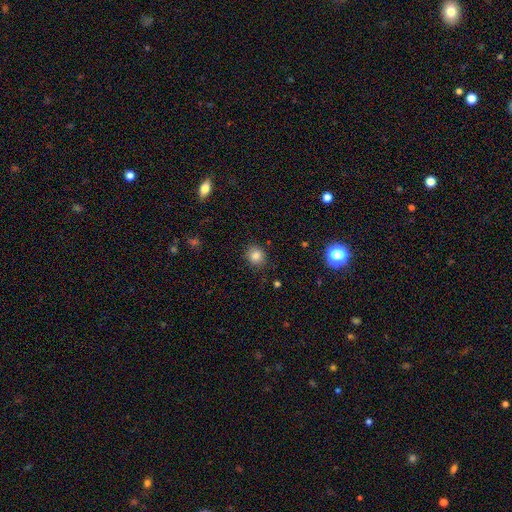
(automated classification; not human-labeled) Smooth or featured? Predicted: smooth (p=0.83). How rounded? Predicted: round (p=0.82). Merging? Predicted: none (p=0.86).